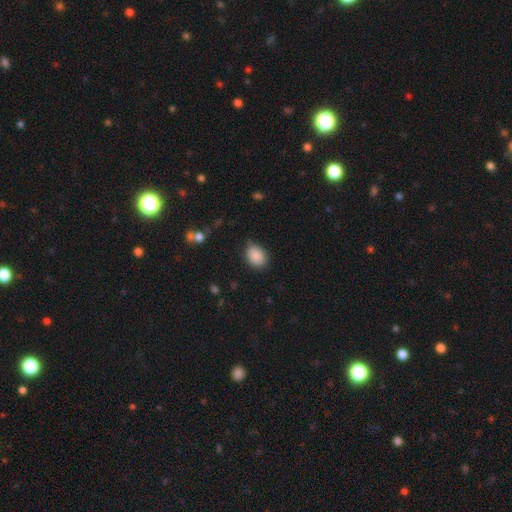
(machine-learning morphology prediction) smooth 89%, star or artifact 8%, featured or disk 4%. Down the decision tree: how rounded — in between (65%); merging — none (77%).